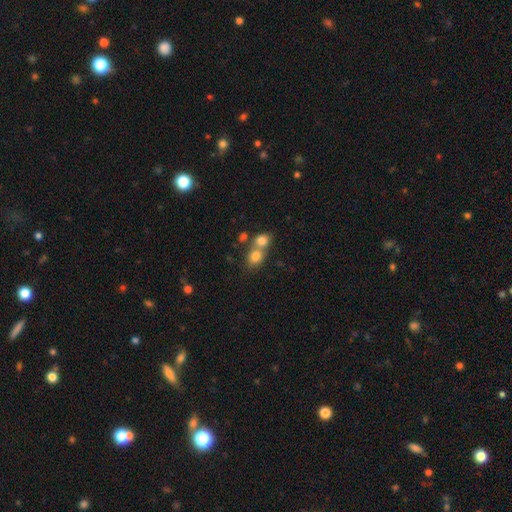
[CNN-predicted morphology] A smooth galaxy with no disk features (78%) that is round (55%).

Vote fractions:
- Smooth or featured? smooth: 78% / star or artifact: 11% / featured or disk: 11%
- How rounded? round: 55% / in between: 43% / cigar-shaped: 1%
- Merging? merger: 56% / none: 34% / minor disturbance: 7% / major disturbance: 3%